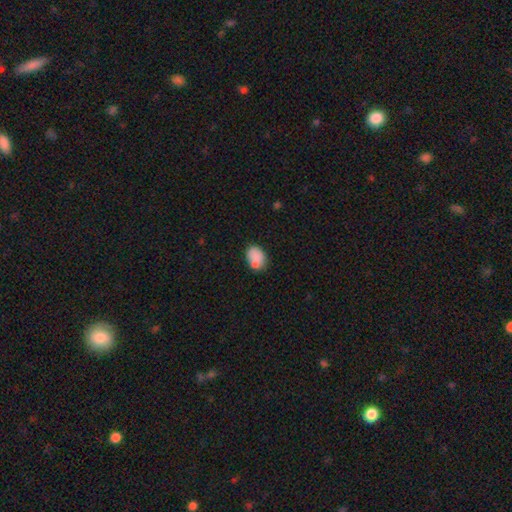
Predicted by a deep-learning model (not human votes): Smooth or featured: smooth — 82% (featured or disk — 9%)
How rounded: in between — 70% (round — 29%)
Merging: none — 56% (minor disturbance — 21%)